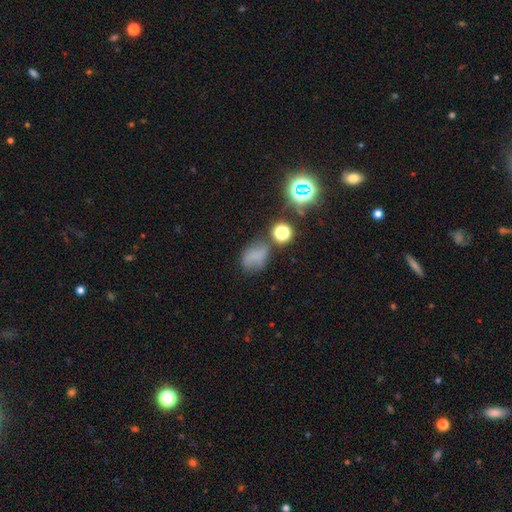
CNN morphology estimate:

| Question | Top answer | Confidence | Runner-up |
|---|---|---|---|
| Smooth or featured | smooth | 61% | star or artifact (23%) |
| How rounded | in between | 65% | round (33%) |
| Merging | none | 50% | minor disturbance (26%) |